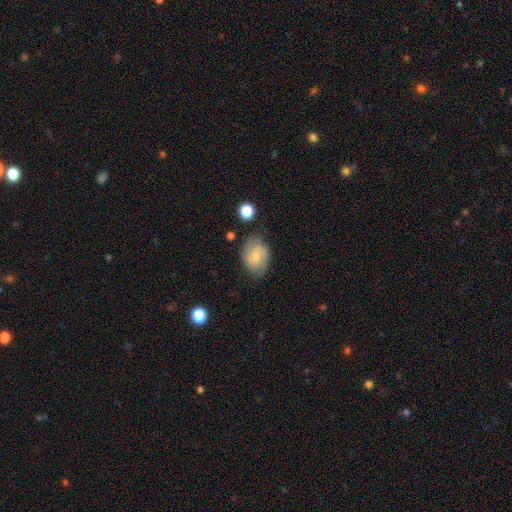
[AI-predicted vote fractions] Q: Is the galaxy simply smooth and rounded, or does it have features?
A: featured or disk — 50%.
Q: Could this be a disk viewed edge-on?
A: no — 97%.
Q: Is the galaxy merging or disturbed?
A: none — 69%.